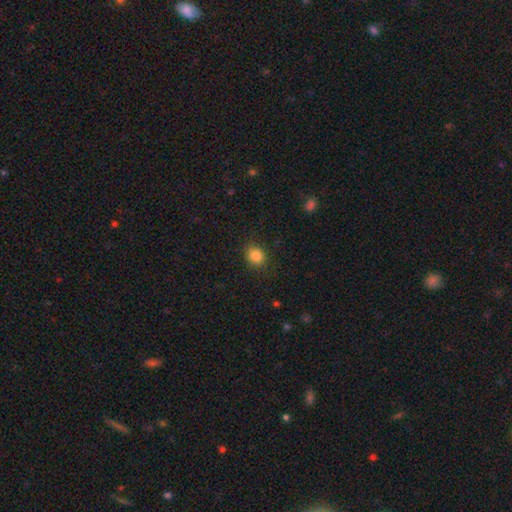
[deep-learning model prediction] Overall: smooth (85%). How rounded: round (71%). Merging: none (87%).